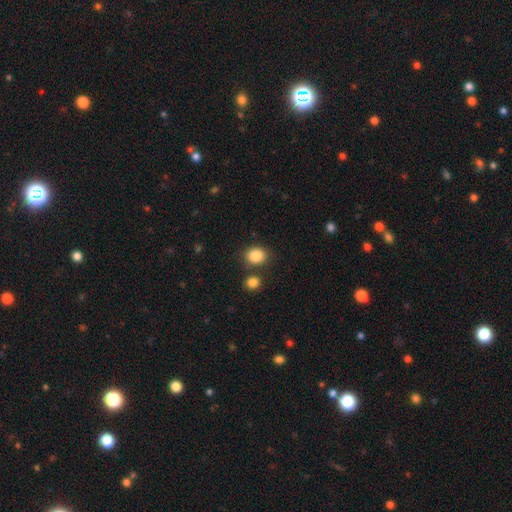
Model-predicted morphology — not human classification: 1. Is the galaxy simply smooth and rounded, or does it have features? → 87% smooth, 9% star or artifact, 4% featured or disk.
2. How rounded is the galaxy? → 62% round, 37% in between, 1% cigar-shaped.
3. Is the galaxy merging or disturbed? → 75% none, 11% merger, 10% minor disturbance, 3% major disturbance.